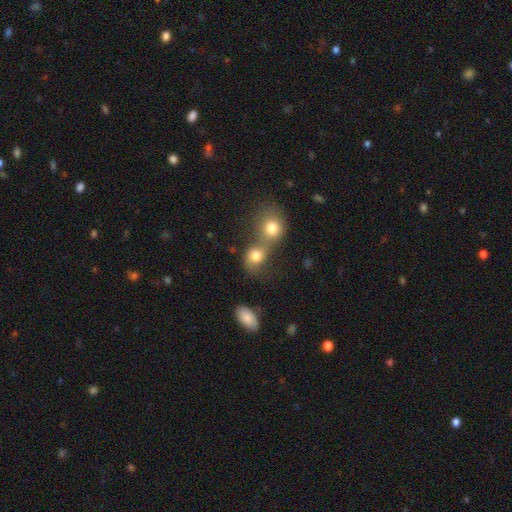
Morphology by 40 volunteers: This is clearly a smooth galaxy (88%). How rounded: likely round (74%). Merging: likely merger (68%).